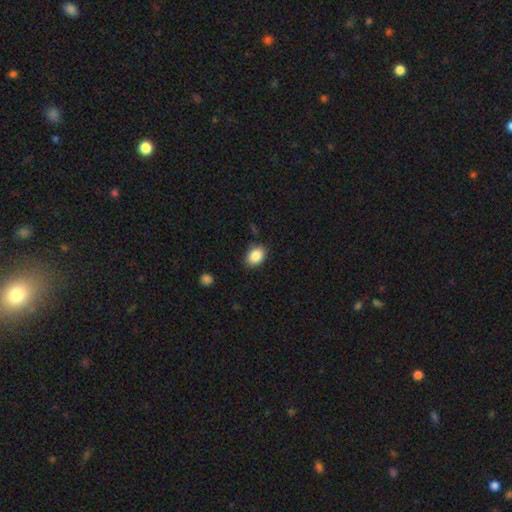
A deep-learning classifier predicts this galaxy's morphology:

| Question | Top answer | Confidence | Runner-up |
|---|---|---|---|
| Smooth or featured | smooth | 87% | star or artifact (8%) |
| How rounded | in between | 68% | round (31%) |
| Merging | none | 85% | minor disturbance (11%) |